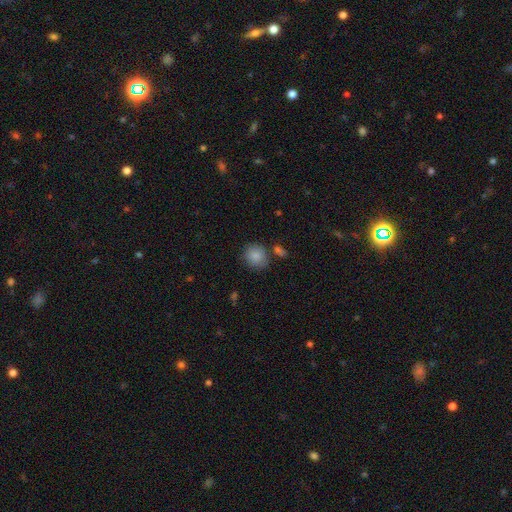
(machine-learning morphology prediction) Smooth or featured: smooth — 86% (star or artifact — 8%)
How rounded: round — 81% (in between — 18%)
Merging: none — 74% (minor disturbance — 13%)